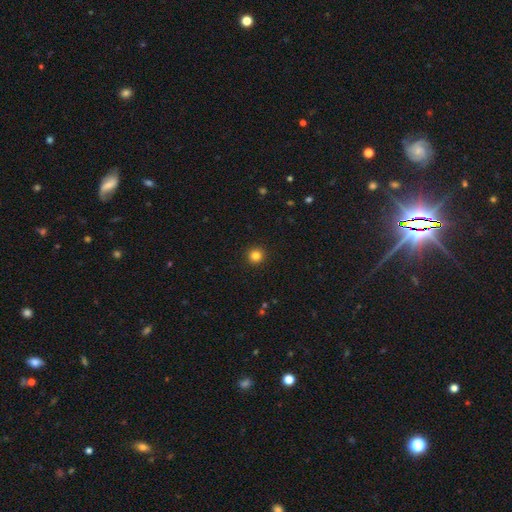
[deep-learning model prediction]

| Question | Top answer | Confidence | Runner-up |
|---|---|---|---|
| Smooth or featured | smooth | 82% | star or artifact (13%) |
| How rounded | round | 96% | in between (3%) |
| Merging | none | 93% | minor disturbance (4%) |